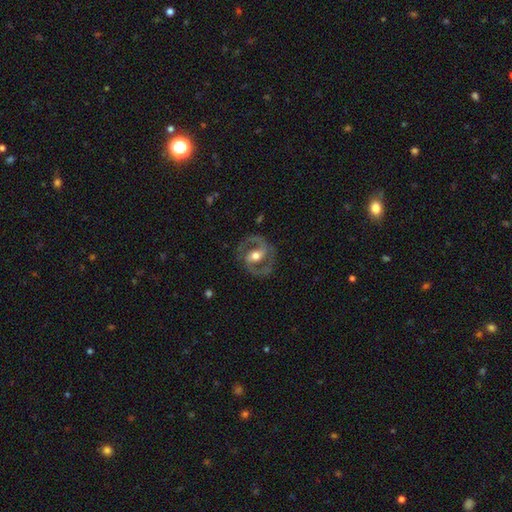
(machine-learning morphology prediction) Smooth or featured? Predicted: featured or disk (p=0.86). Edge-on disk? Predicted: no (p=0.97). Bar? Predicted: strong (p=0.39, tied with weak). Spiral arms? Predicted: yes (p=0.92). Spiral winding? Predicted: medium (p=0.61). Spiral arm count? Predicted: 2 (p=0.92). Bulge size? Predicted: moderate (p=0.72). Merging? Predicted: none (p=0.81).